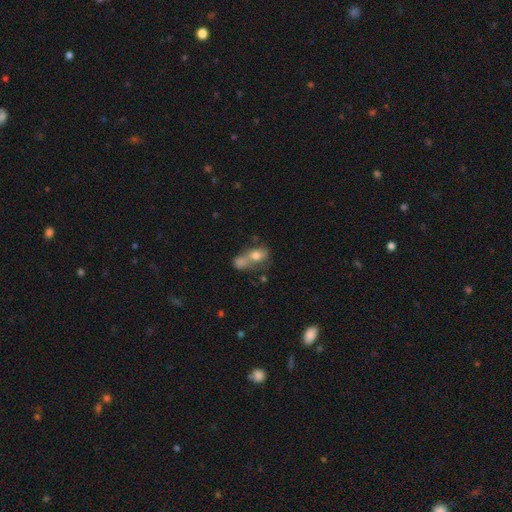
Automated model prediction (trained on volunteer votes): Smooth or featured?
  - smooth: 70% *
  - featured or disk: 20%
  - star or artifact: 10%
How rounded?
  - in between: 63% *
  - round: 33%
  - cigar-shaped: 4%
Merging?
  - merger: 63% *
  - none: 20%
  - minor disturbance: 9%
  - major disturbance: 7%